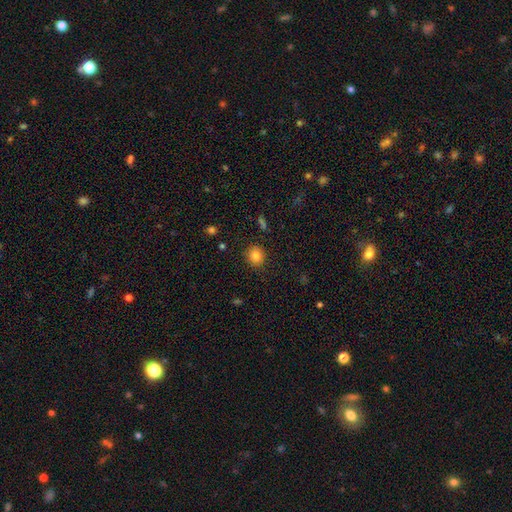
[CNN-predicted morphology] Overall: smooth (84%). How rounded: round (84%). Merging: none (89%).